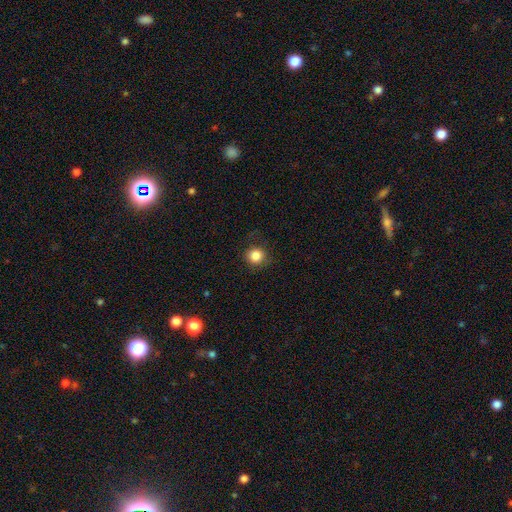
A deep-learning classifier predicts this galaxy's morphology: type=smooth (85%); roundness=round (91%); merging=none (83%).